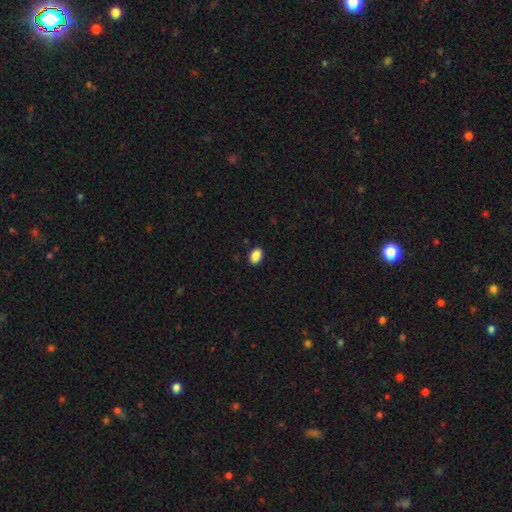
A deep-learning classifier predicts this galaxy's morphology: A smooth galaxy with no disk features (89%) that is in between round and cigar-shaped (81%). Merging: none (90%).